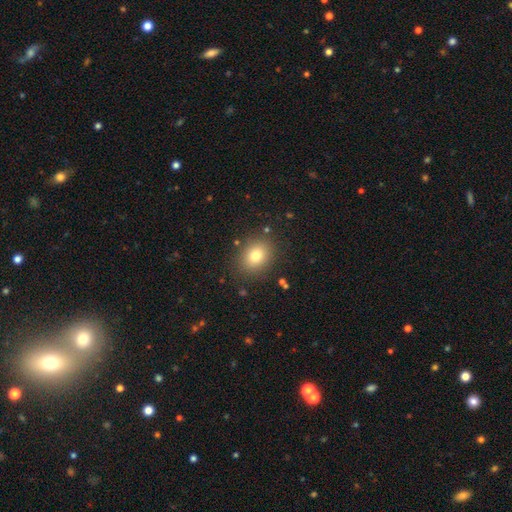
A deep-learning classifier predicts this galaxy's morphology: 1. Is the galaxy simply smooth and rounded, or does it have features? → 78% smooth, 12% star or artifact, 10% featured or disk.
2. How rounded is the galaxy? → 51% round, 49% in between, 1% cigar-shaped.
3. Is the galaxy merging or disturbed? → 85% none, 9% minor disturbance, 3% major disturbance, 2% merger.